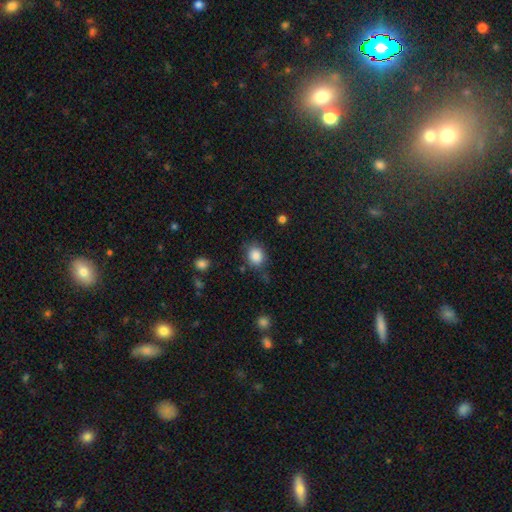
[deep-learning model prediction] Smooth or featured: smooth — 86% (star or artifact — 9%)
How rounded: round — 62% (in between — 37%)
Merging: none — 74% (minor disturbance — 18%)